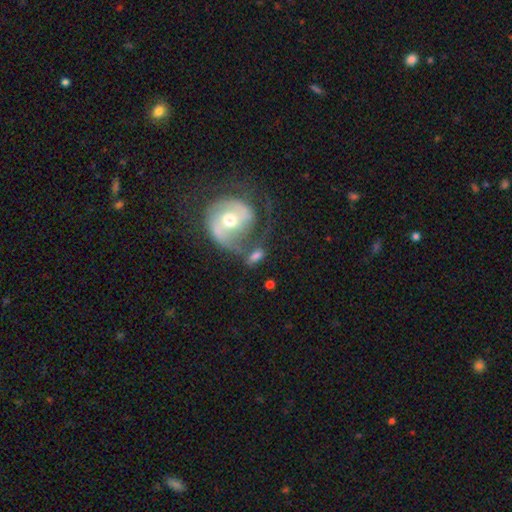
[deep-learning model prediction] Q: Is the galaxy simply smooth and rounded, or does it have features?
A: smooth — 49%.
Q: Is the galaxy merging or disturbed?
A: none — 41%.